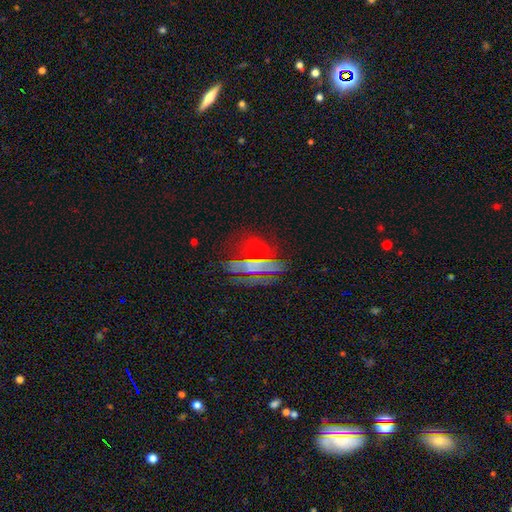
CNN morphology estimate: The model was most divided on "smooth or featured": featured or disk: 34%, star or artifact: 33%, smooth: 33%. More confident: merging — none (64%).